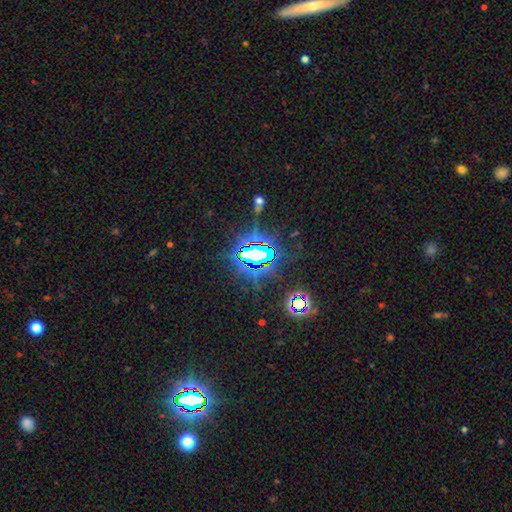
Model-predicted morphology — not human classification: Overall: star or artifact (77%).